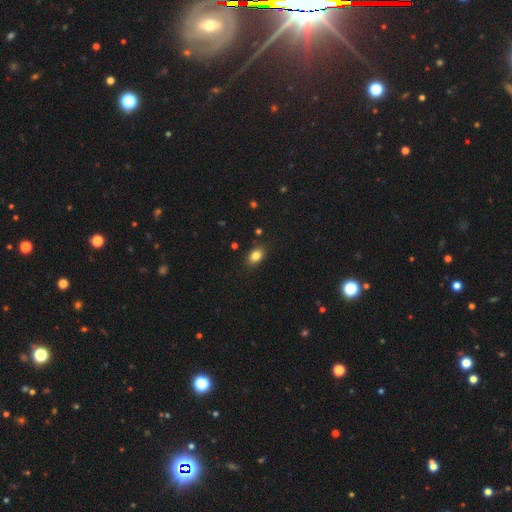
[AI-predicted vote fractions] Morphology: type=smooth (83%); roundness=in between (79%); merging=none (86%).